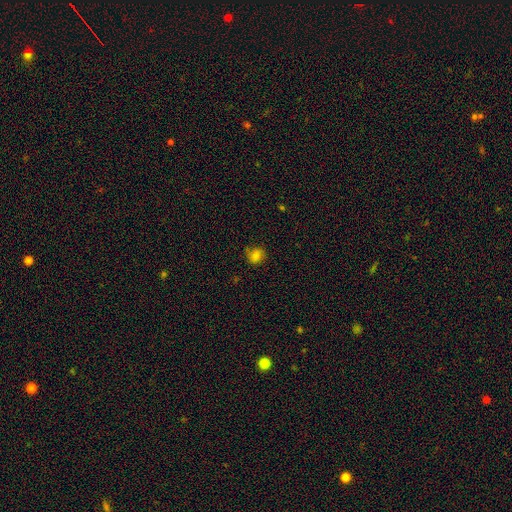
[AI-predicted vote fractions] A smooth galaxy with no disk features (73%) that is round (75%). Merging: none (71%).